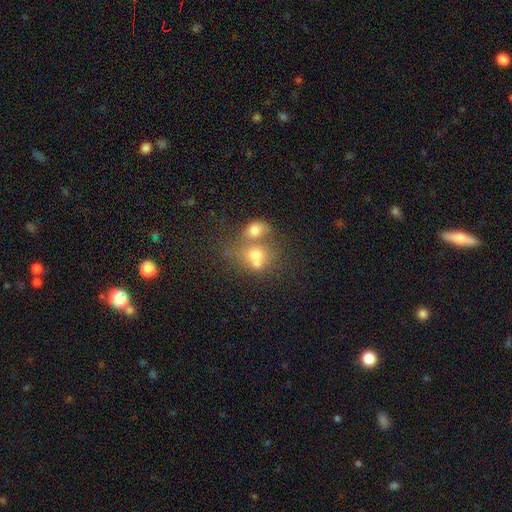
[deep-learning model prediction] smooth-or-featured: smooth: 64% | featured or disk: 23% | star or artifact: 14%
  how-rounded: round: 62% | in between: 37% | cigar-shaped: 1%
  merging: merger: 65% | none: 22% | minor disturbance: 7% | major disturbance: 5%